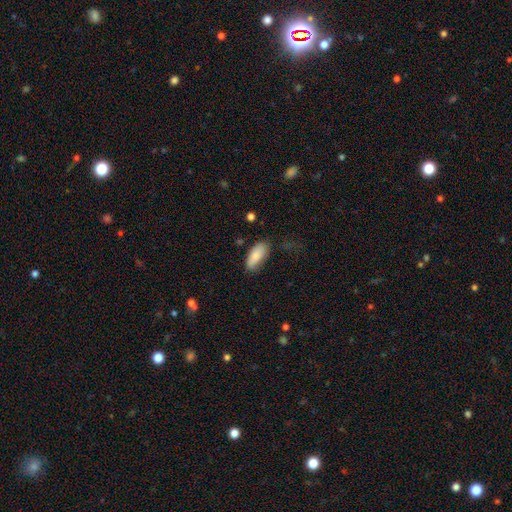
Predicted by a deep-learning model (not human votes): Smooth or featured? smooth (85%)
How rounded? in between (85%)
Merging? none (70%)